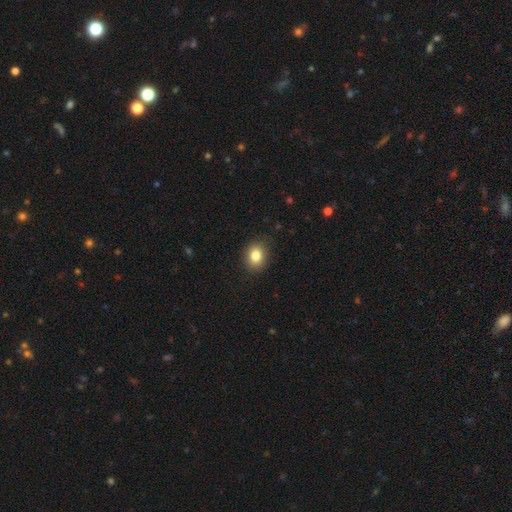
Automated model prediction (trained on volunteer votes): smooth-or-featured: smooth: 84% | star or artifact: 10% | featured or disk: 7%
  how-rounded: in between: 51% | round: 48% | cigar-shaped: 1%
  merging: none: 87% | minor disturbance: 10% | major disturbance: 3% | merger: 1%